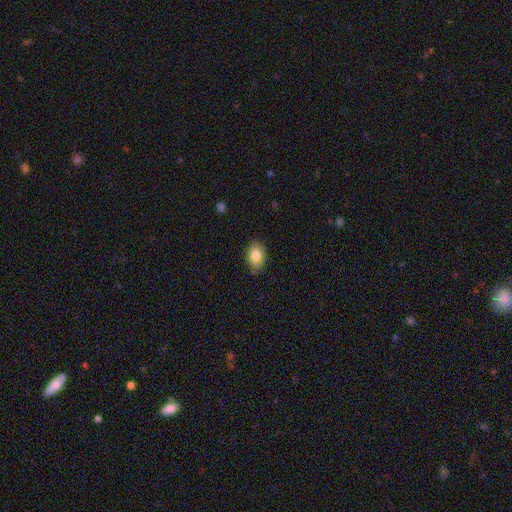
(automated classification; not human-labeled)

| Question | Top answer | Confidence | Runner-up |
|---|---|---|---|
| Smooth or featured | smooth | 84% | featured or disk (8%) |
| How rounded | in between | 81% | round (18%) |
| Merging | none | 85% | minor disturbance (12%) |